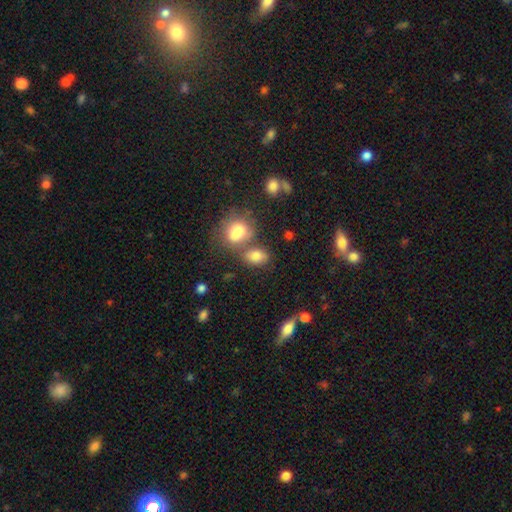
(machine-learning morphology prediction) type=smooth (78%); roundness=in between (75%); merging=none (55%).